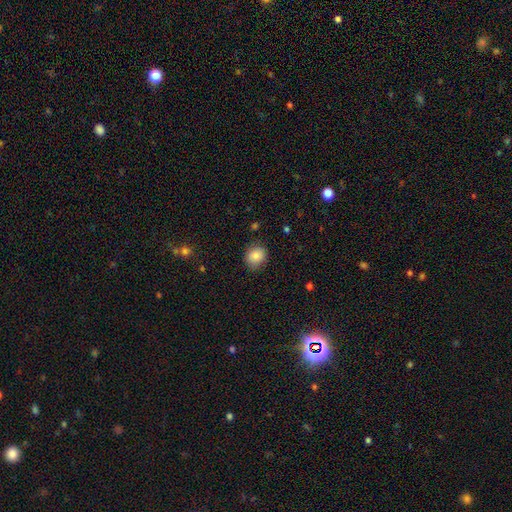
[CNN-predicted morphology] This appears to be a smooth galaxy with no disk features (84%) that is round (68%). Merging: none (82%).